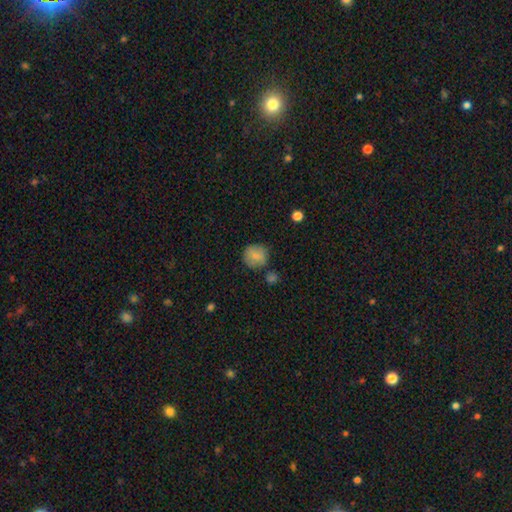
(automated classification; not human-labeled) The model was most divided on "merging": none: 72%, minor disturbance: 16%, merger: 7%, major disturbance: 4%. More confident: how rounded — round (86%); smooth or featured — smooth (83%).